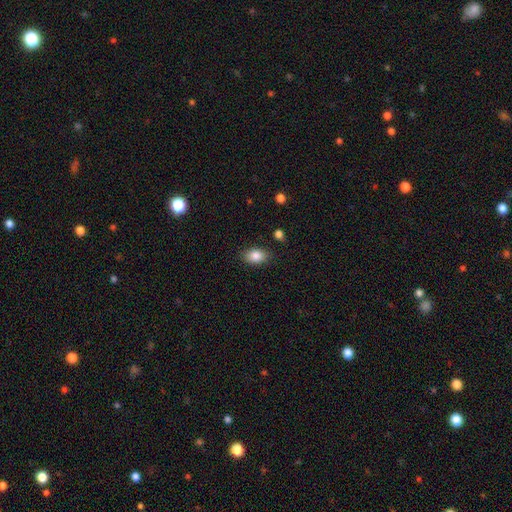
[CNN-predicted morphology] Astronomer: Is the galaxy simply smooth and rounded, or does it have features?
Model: smooth — 86%.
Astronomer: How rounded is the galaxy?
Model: in between — 85%.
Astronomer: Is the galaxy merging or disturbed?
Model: none — 85%.